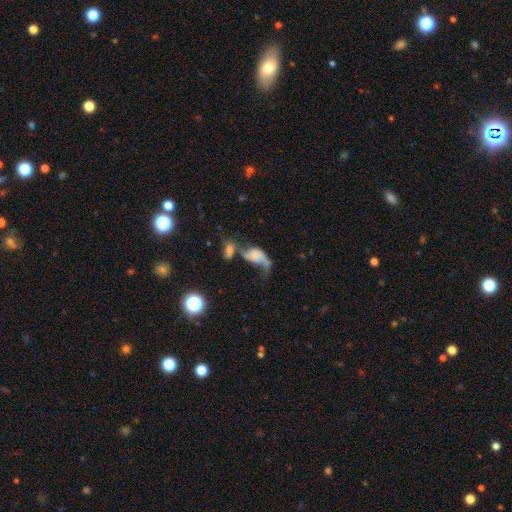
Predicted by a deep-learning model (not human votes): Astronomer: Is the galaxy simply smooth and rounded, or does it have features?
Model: featured or disk — 48% (runner-up: smooth, 42%).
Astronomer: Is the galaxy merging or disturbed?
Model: merger — 48% (runner-up: major disturbance, 27%).